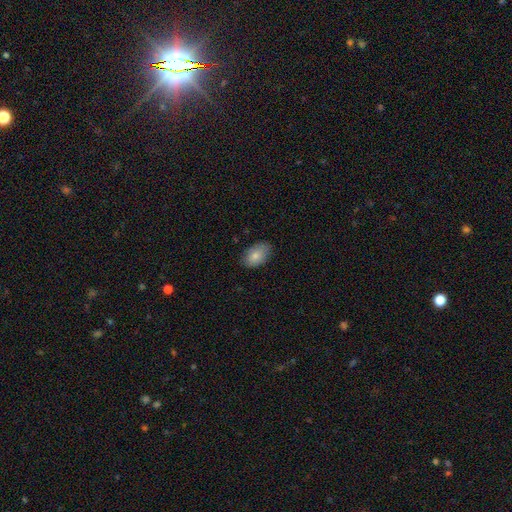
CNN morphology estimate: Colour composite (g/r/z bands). It shows a smooth galaxy with no disk features (82%) that is in between round and cigar-shaped (91%). Merging: none (81%).